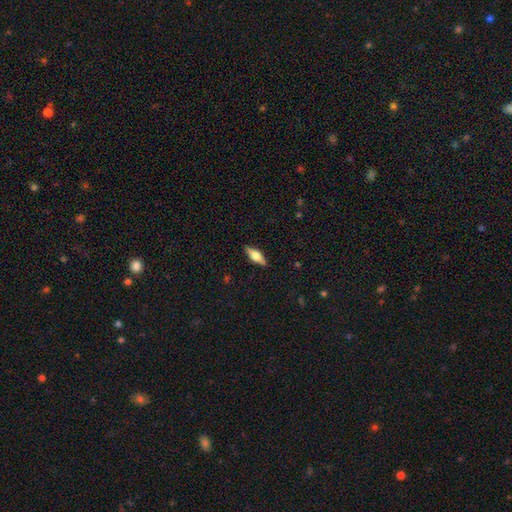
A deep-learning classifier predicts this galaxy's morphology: featured or disk 51%, smooth 43%, star or artifact 6%. Down the decision tree: edge-on disk — yes (94%); merging — none (89%).